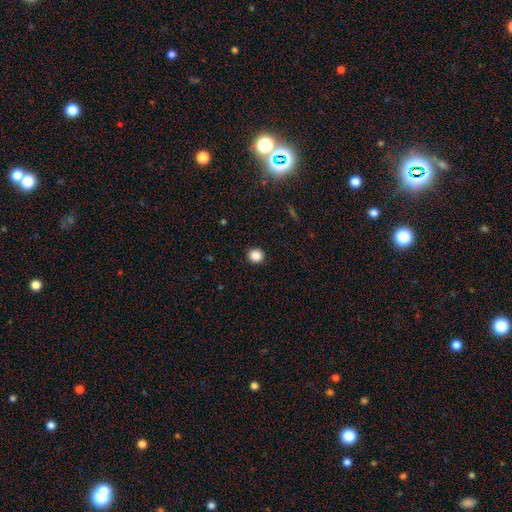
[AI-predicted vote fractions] Smooth or featured?
  - smooth: 86% *
  - star or artifact: 11%
  - featured or disk: 3%
How rounded?
  - round: 92% *
  - in between: 7%
  - cigar-shaped: 1%
Merging?
  - none: 93% *
  - minor disturbance: 5%
  - major disturbance: 2%
  - merger: 1%